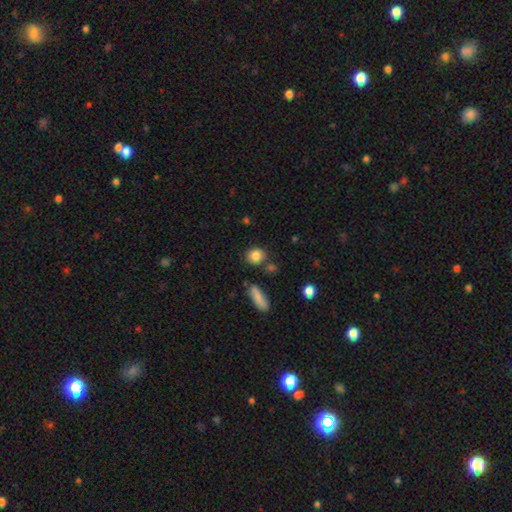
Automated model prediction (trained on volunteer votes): Smooth or featured?
  - smooth: 84% *
  - star or artifact: 9%
  - featured or disk: 7%
How rounded?
  - round: 75% *
  - in between: 23%
  - cigar-shaped: 2%
Merging?
  - none: 79% *
  - minor disturbance: 11%
  - merger: 7%
  - major disturbance: 3%